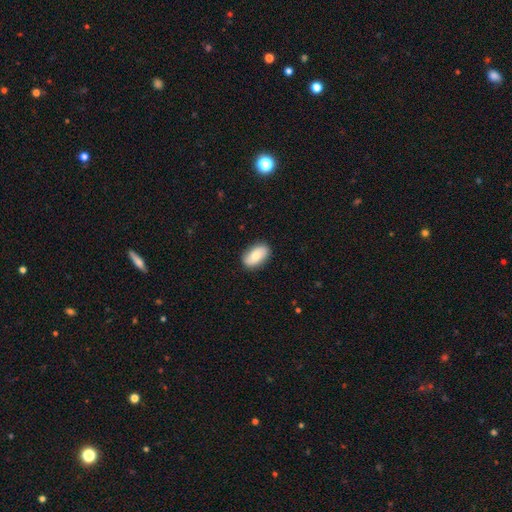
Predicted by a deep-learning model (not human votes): smooth 71%, featured or disk 23%, star or artifact 6%. Down the decision tree: how rounded — in between (93%); merging — none (86%).